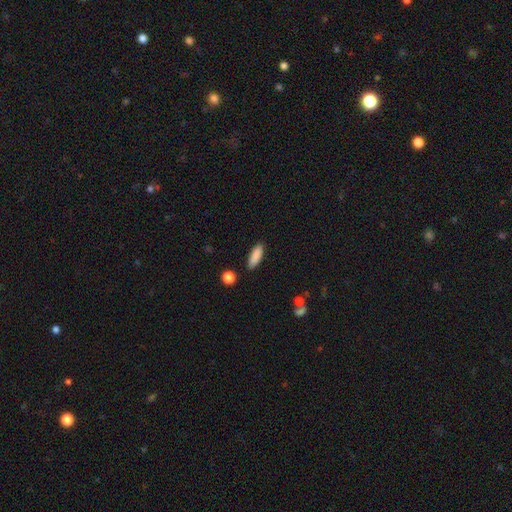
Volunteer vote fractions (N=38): Volunteers were most divided on "how rounded": in between: 55%, cigar-shaped: 42%, round: 3%. More confident: smooth or featured — smooth (87%); merging — none (84%).